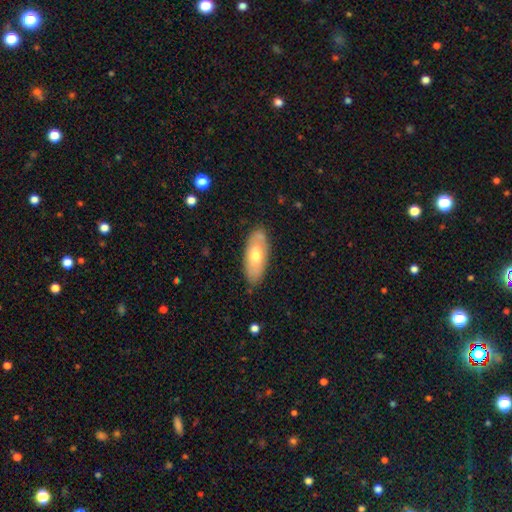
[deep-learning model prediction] Smooth or featured? smooth (63%)
How rounded? in between (82%)
Merging? none (79%)